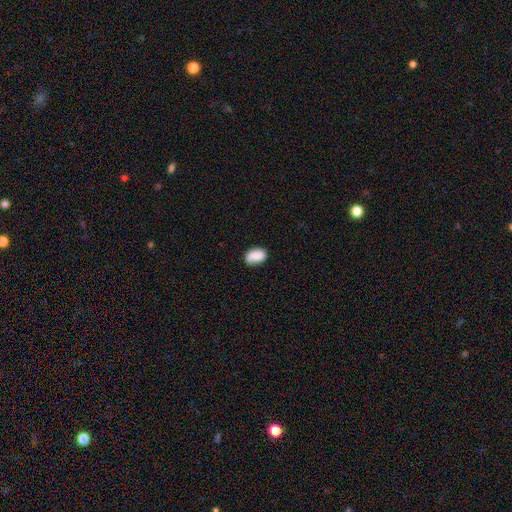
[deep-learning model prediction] A smooth galaxy with no disk features (80%) that is in between round and cigar-shaped (83%).

Vote fractions:
- Smooth or featured? smooth: 80% / featured or disk: 12% / star or artifact: 8%
- How rounded? in between: 83% / round: 16% / cigar-shaped: 1%
- Merging? none: 69% / minor disturbance: 23% / major disturbance: 6% / merger: 2%